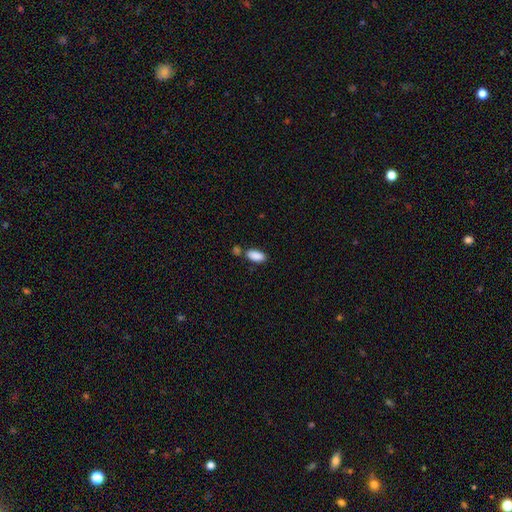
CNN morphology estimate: This appears to be a smooth galaxy with no disk features (89%) that is in between round and cigar-shaped (91%). Merging: none (66%).